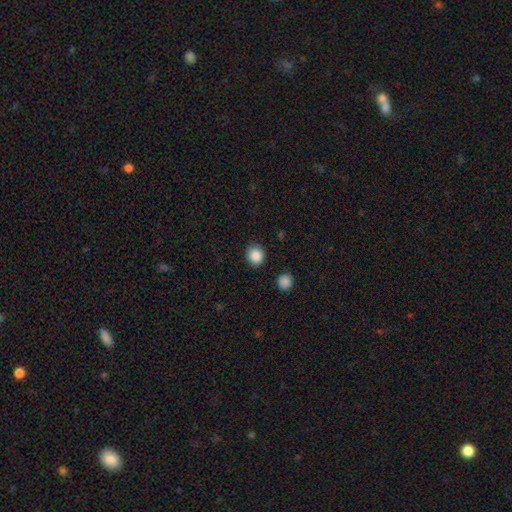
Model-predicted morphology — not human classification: smooth 87%, star or artifact 10%, featured or disk 3%. Down the decision tree: how rounded — round (82%); merging — none (86%).